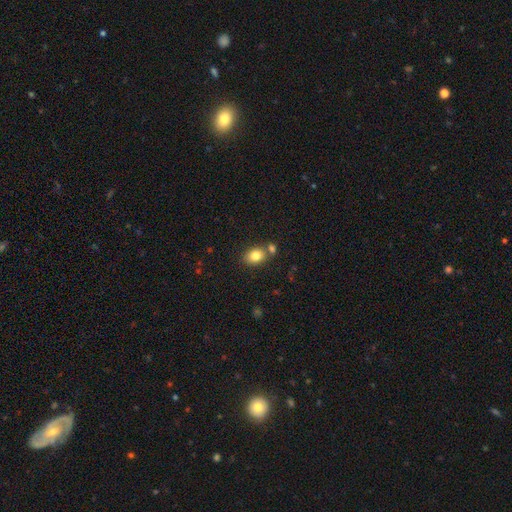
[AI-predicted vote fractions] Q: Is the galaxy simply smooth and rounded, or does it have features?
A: smooth — 82%.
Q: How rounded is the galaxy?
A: in between — 70%.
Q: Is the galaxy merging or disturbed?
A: none — 66%.